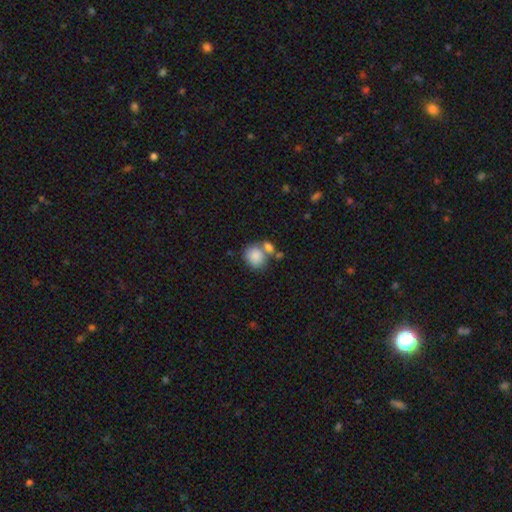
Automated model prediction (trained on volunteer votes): Smooth or featured? smooth (84%)
How rounded? round (66%)
Merging? none (47%)